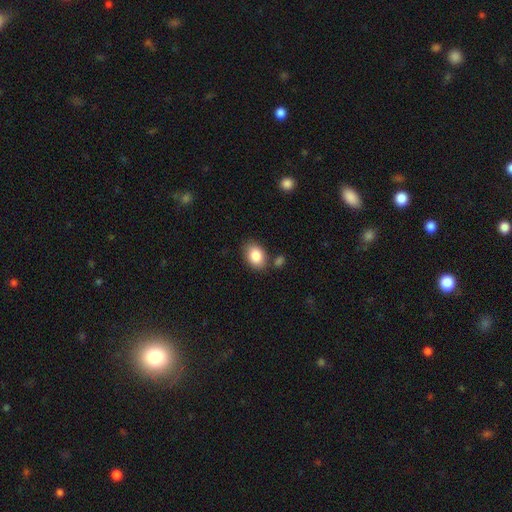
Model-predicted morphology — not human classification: This appears to be a smooth galaxy with no disk features (86%) that is in between round and cigar-shaped (81%). Merging: none (76%).